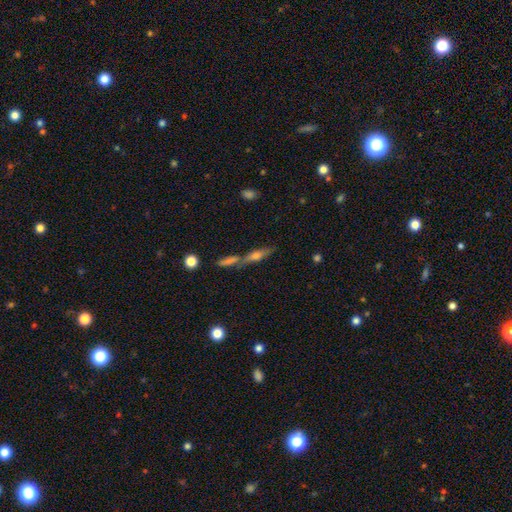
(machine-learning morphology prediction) type=featured or disk (48%); merging=none (51%).